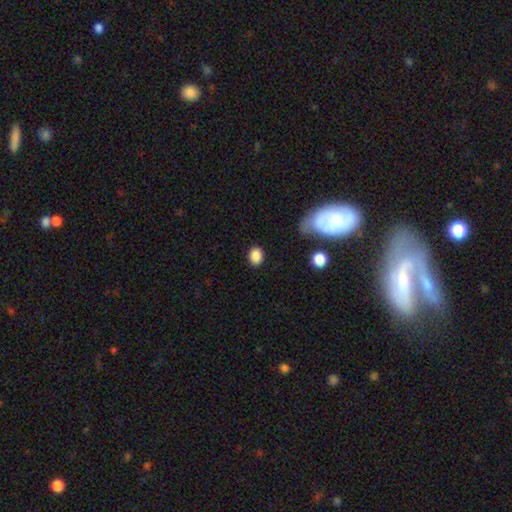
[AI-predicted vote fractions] smooth_or_featured: smooth (p=0.87) [alt: star or artifact p=0.09]
how_rounded: round (p=0.56) [alt: in between p=0.43]
merging: none (p=0.86) [alt: minor disturbance p=0.09]